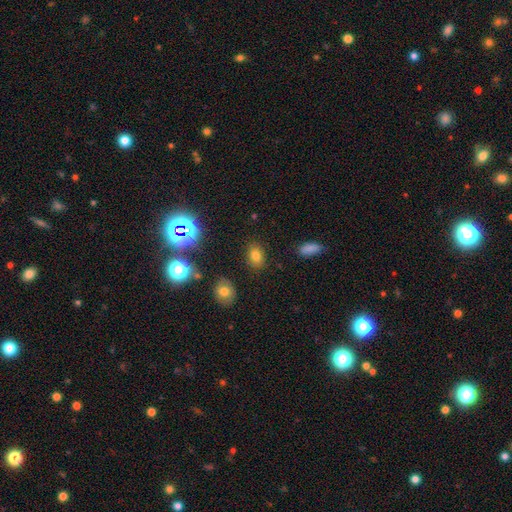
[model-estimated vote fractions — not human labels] smooth-or-featured: smooth: 74% | star or artifact: 17% | featured or disk: 9%
  how-rounded: in between: 75% | round: 23% | cigar-shaped: 1%
  merging: none: 86% | minor disturbance: 9% | major disturbance: 3% | merger: 2%